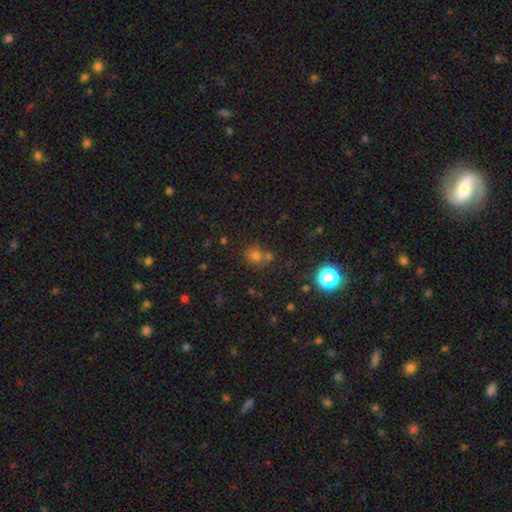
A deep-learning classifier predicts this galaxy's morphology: A smooth galaxy with no disk features (66%) that is round (83%). Merging: none (63%).